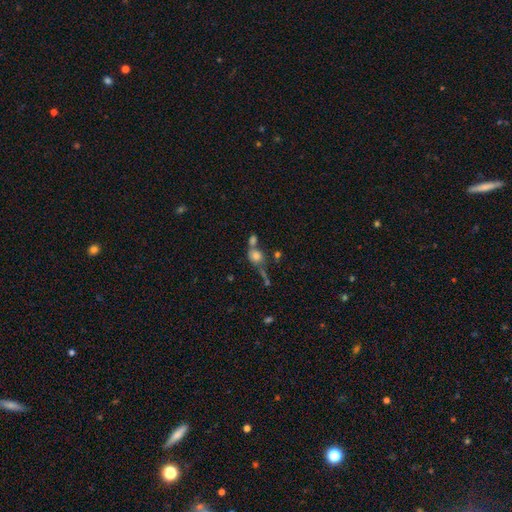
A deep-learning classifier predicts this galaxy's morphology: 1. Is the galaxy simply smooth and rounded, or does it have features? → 72% smooth, 15% featured or disk, 12% star or artifact.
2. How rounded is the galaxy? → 71% round, 26% in between, 3% cigar-shaped.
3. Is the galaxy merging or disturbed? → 43% merger, 36% none, 12% minor disturbance, 9% major disturbance.